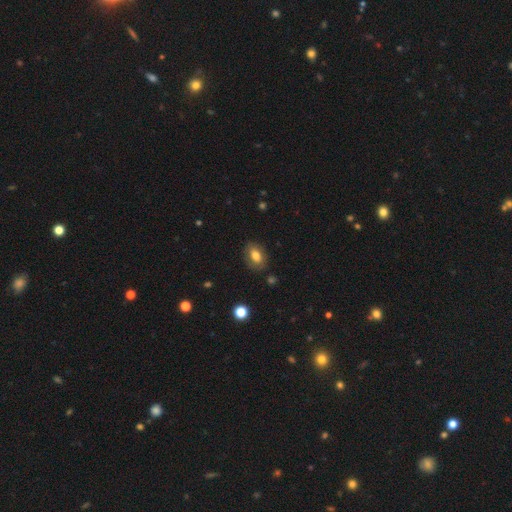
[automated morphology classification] smooth 74%, featured or disk 17%, star or artifact 8%. Down the decision tree: how rounded — in between (84%); merging — none (82%).